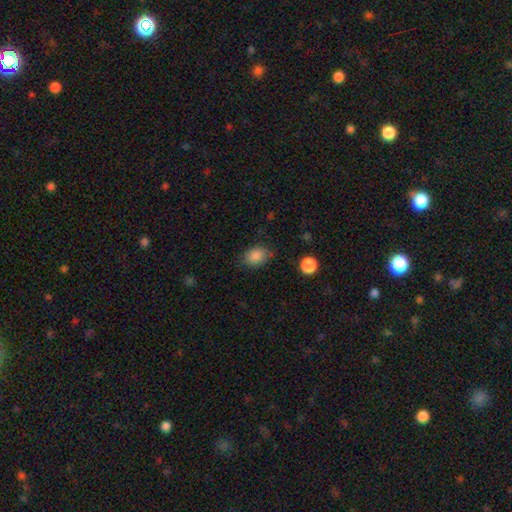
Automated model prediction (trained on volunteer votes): A smooth galaxy with no disk features (86%) that is in between round and cigar-shaped (61%). Merging: none (75%).